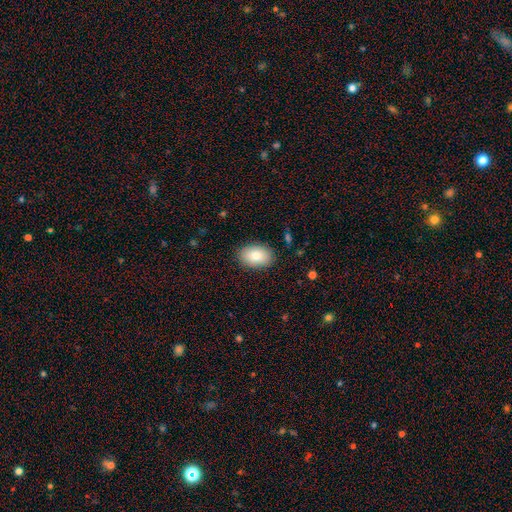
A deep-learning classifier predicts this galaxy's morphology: smooth_or_featured: smooth (p=0.82) [alt: featured or disk p=0.10]
how_rounded: in between (p=0.86) [alt: round p=0.13]
merging: none (p=0.88) [alt: minor disturbance p=0.09]